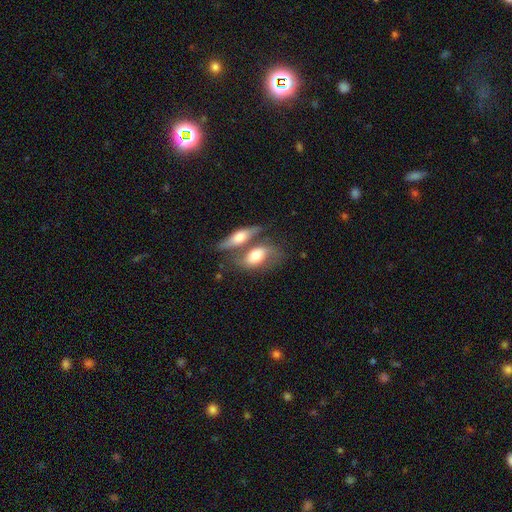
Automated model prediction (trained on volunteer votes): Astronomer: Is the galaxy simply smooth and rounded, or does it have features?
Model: smooth — 56% (runner-up: featured or disk, 38%).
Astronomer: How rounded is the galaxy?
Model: in between — 83%.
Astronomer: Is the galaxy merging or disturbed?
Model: merger — 52% (runner-up: none, 30%).